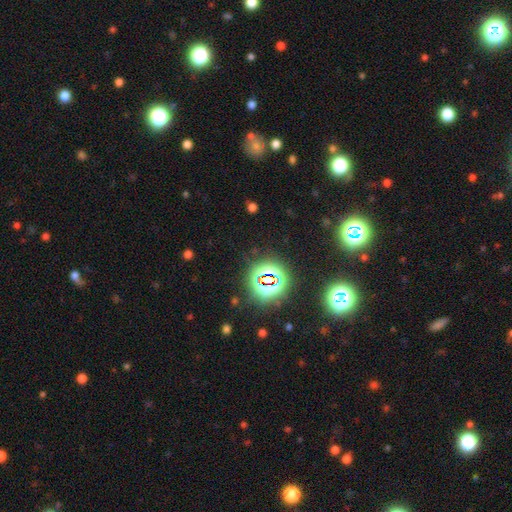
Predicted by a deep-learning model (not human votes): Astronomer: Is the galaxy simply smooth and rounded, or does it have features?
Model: star or artifact — 77%.